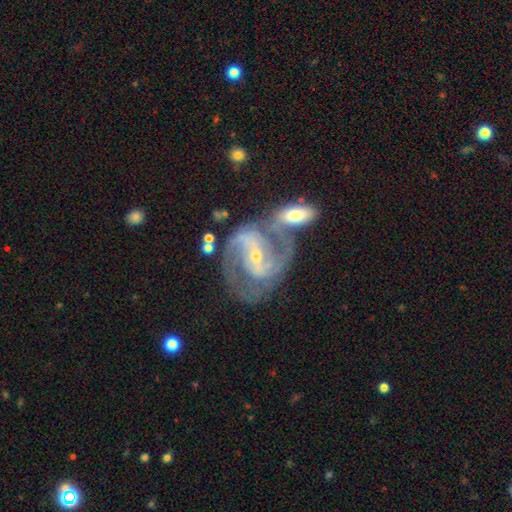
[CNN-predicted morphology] Smooth or featured: featured or disk — 88% (star or artifact — 6%)
Edge-on disk: no — 97% (yes — 3%)
Bar: strong — 41% (weak — 39%)
Spiral arms: yes — 96% (no — 4%)
Spiral winding: medium — 53% (tight — 29%)
Spiral arm count: 2 — 81% (can't tell — 7%)
Bulge size: small — 64% (moderate — 32%)
Merging: merger — 45% (none — 35%)